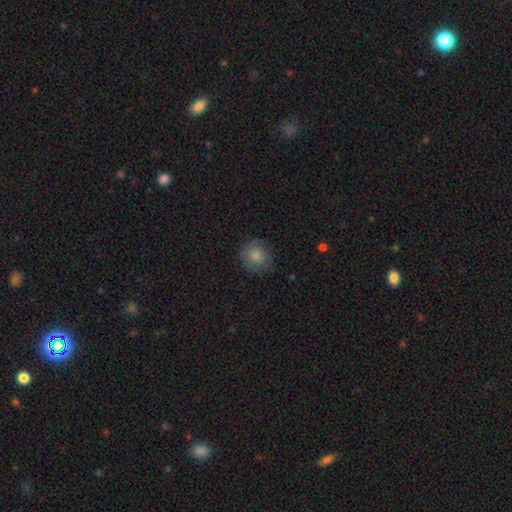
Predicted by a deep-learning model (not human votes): smooth_or_featured: smooth (p=0.83) [alt: featured or disk p=0.09]
how_rounded: round (p=0.88) [alt: in between p=0.11]
merging: none (p=0.79) [alt: minor disturbance p=0.15]